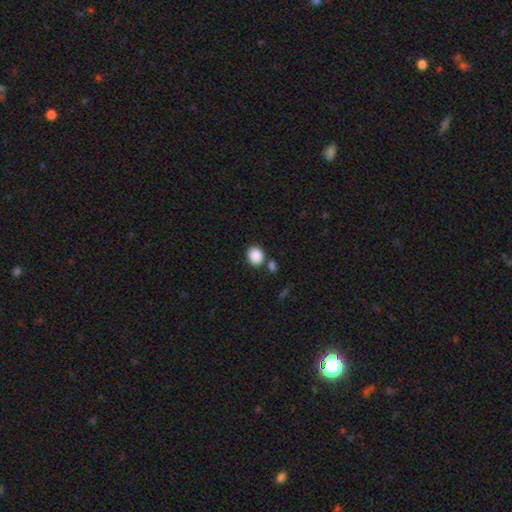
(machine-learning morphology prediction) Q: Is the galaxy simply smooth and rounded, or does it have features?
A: smooth — 89%.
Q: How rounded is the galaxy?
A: round — 57%.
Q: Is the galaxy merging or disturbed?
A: none — 75%.